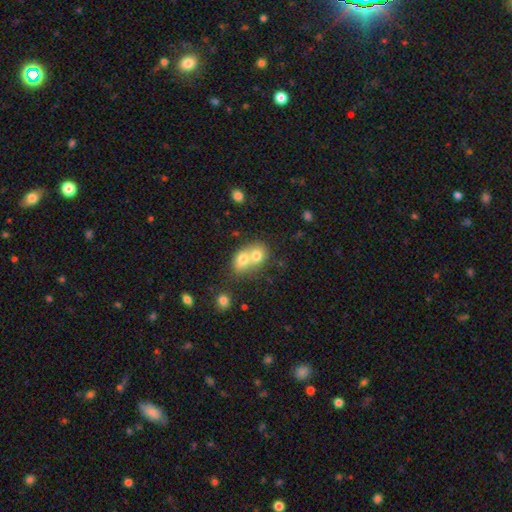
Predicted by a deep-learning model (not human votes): This is likely a smooth galaxy (67%). How rounded: possibly round (58%). Merging: likely merger (73%).